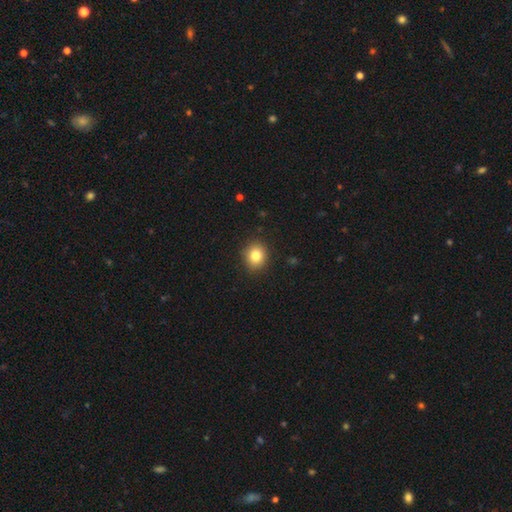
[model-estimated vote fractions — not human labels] smooth 83%, star or artifact 10%, featured or disk 7%. Down the decision tree: how rounded — round (76%); merging — none (90%).